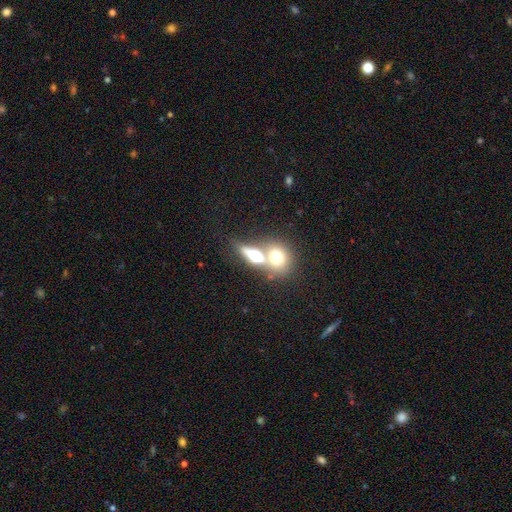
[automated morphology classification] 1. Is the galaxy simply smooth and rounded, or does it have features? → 61% smooth, 27% featured or disk, 11% star or artifact.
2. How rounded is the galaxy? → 51% in between, 37% round, 12% cigar-shaped.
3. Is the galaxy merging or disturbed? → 63% merger, 26% none, 7% minor disturbance, 5% major disturbance.